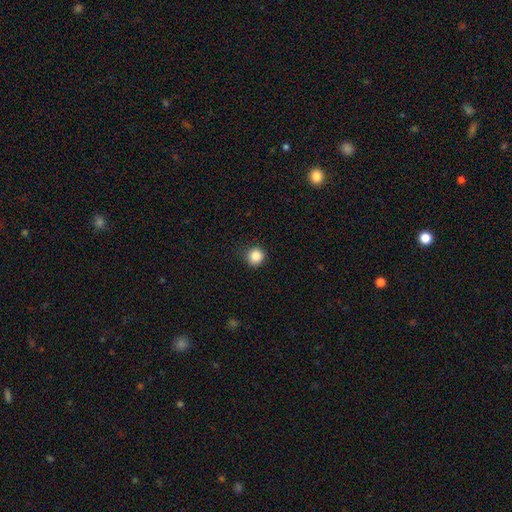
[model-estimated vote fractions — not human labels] The model was most divided on "smooth or featured": smooth: 85%, star or artifact: 11%, featured or disk: 4%. More confident: how rounded — round (93%); merging — none (89%).